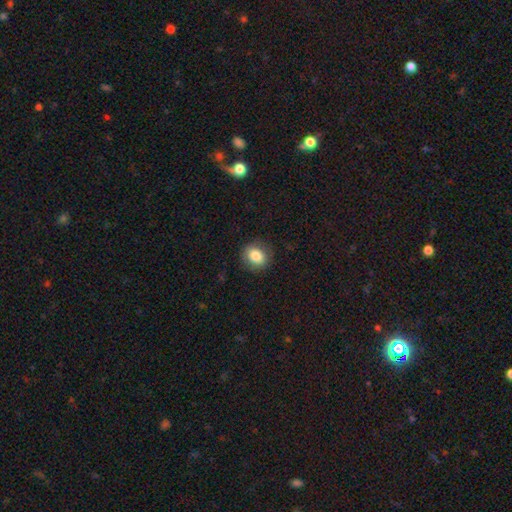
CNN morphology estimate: type=smooth (83%); roundness=round (64%); merging=none (86%).